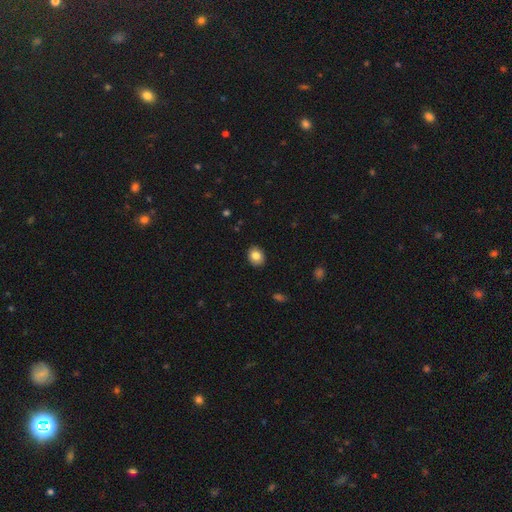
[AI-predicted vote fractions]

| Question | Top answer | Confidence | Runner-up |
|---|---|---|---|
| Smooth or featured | smooth | 83% | star or artifact (9%) |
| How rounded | in between | 51% | round (48%) |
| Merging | none | 89% | minor disturbance (8%) |